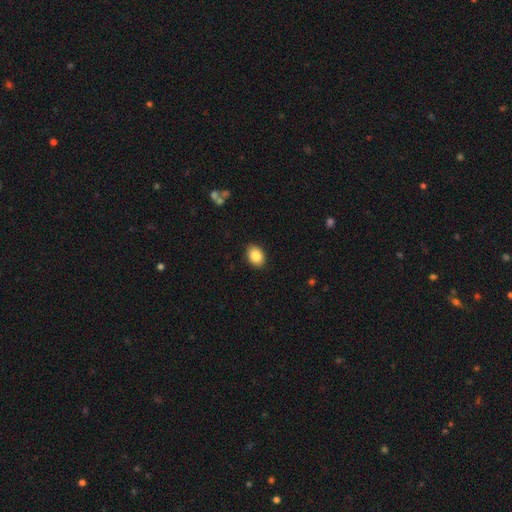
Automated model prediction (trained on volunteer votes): The model was most divided on "how rounded": in between: 75%, round: 24%, cigar-shaped: 1%. More confident: merging — none (89%); smooth or featured — smooth (84%).